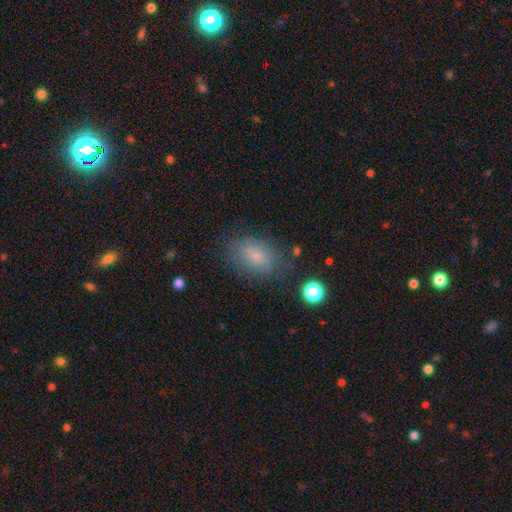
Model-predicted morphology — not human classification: This appears to be a smooth galaxy with no disk features (70%) that is in between round and cigar-shaped (82%). Merging: none (70%).